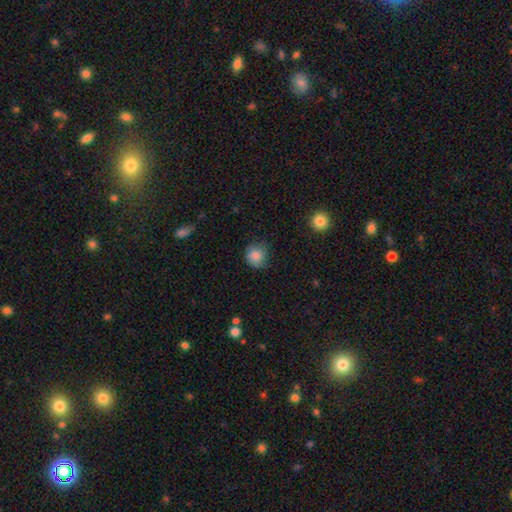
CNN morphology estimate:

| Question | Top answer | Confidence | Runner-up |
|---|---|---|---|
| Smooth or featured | smooth | 83% | star or artifact (10%) |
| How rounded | round | 84% | in between (15%) |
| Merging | none | 67% | minor disturbance (26%) |